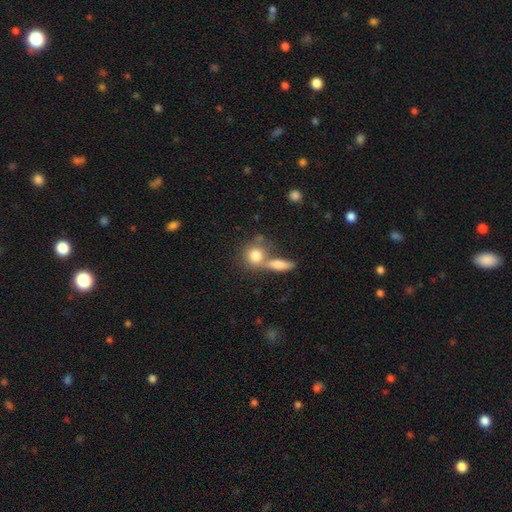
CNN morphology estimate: Overall: smooth (79%). How rounded: round (74%). Merging: none (46%; merger 40%).